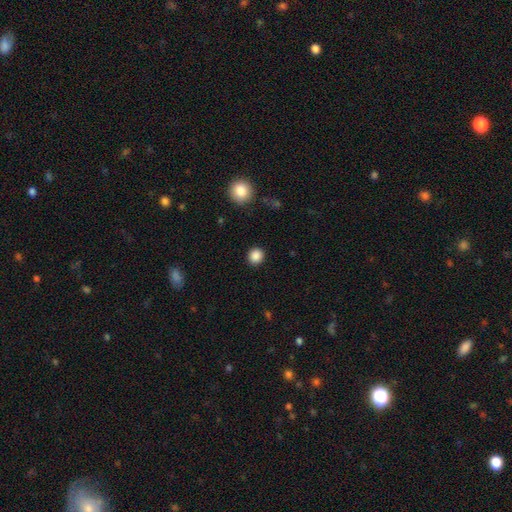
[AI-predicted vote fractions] A smooth galaxy with no disk features (87%) that is round (89%). Merging: none (91%).